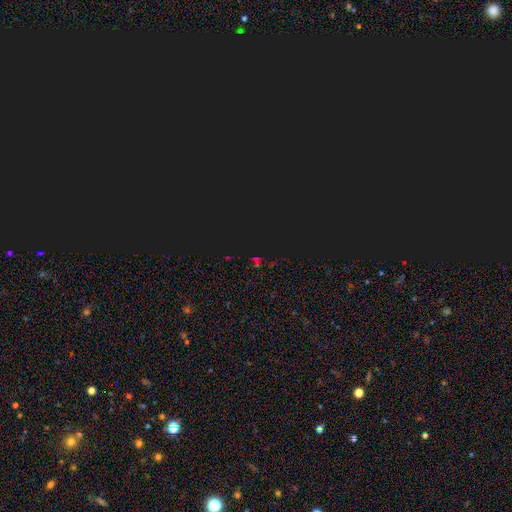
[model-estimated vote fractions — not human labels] A star or artifact, not a galaxy (74%).